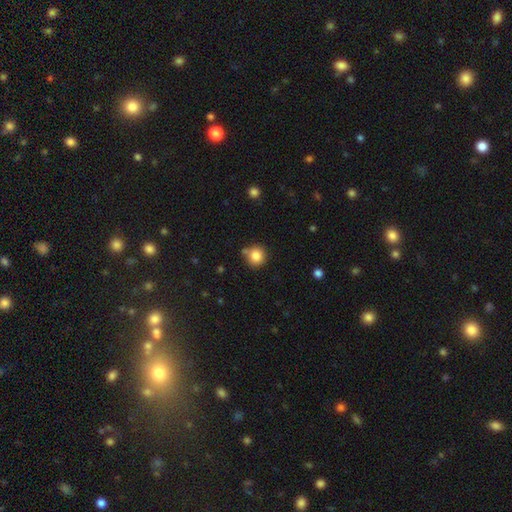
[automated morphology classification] This is clearly a smooth galaxy (83%). How rounded: clearly round (91%). Merging: likely none (74%).